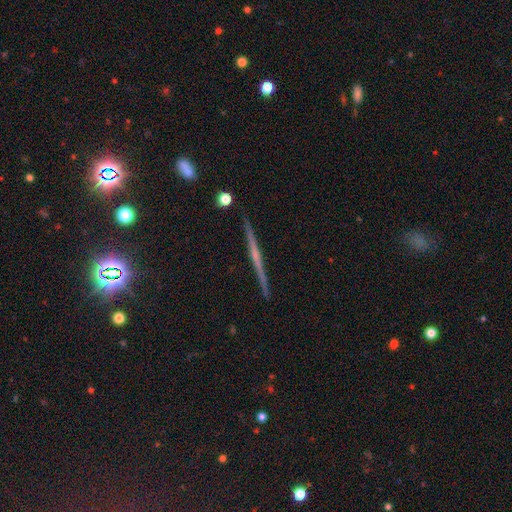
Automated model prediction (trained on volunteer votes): smooth_or_featured: featured or disk (p=0.73) [alt: smooth p=0.17]
disk_edge_on: yes (p=0.98) [alt: no p=0.02]
edge_on_bulge: none (p=0.49) [alt: rounded p=0.40]
merging: none (p=0.92) [alt: minor disturbance p=0.05]